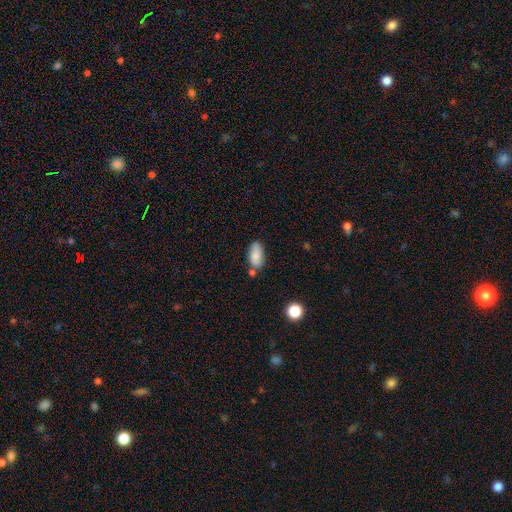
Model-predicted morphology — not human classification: smooth_or_featured: smooth (p=0.85) [alt: featured or disk p=0.08]
how_rounded: in between (p=0.92) [alt: cigar-shaped p=0.05]
merging: none (p=0.62) [alt: minor disturbance p=0.19]